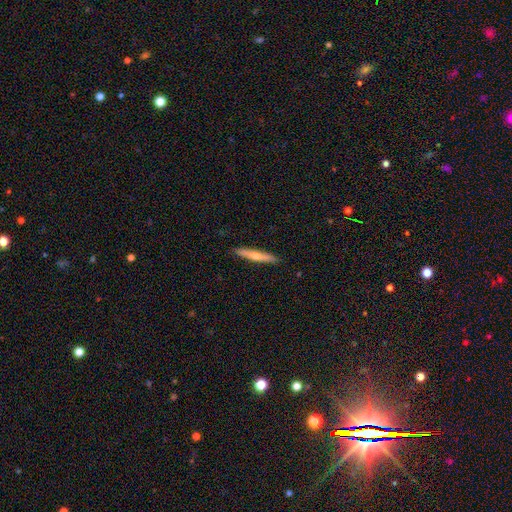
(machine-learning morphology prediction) type=featured or disk (51%); edge-on=yes (95%); merging=none (91%).